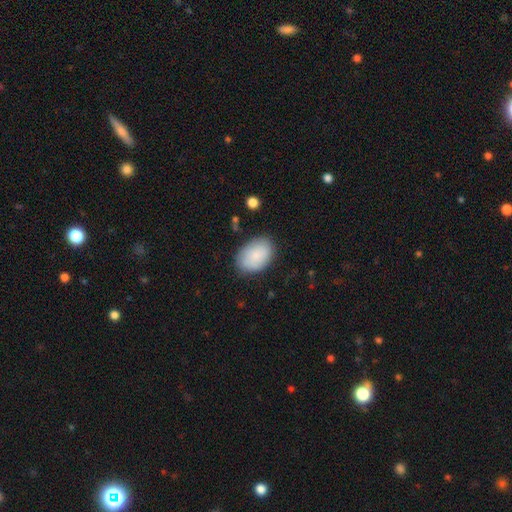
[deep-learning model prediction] This is clearly a smooth galaxy (83%). How rounded: clearly in between (85%). Merging: clearly none (80%).